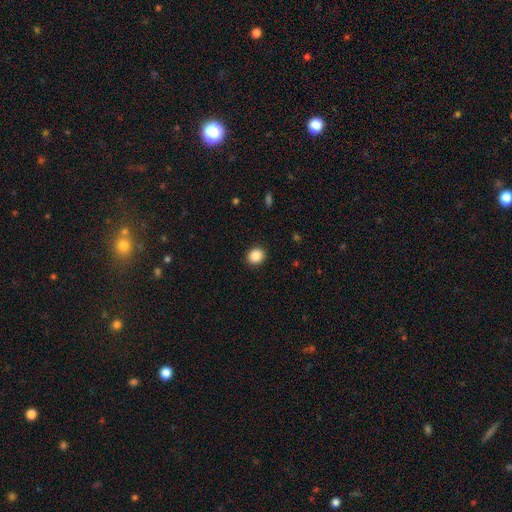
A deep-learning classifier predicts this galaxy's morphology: Overall: smooth (87%). How rounded: round (77%). Merging: none (91%).